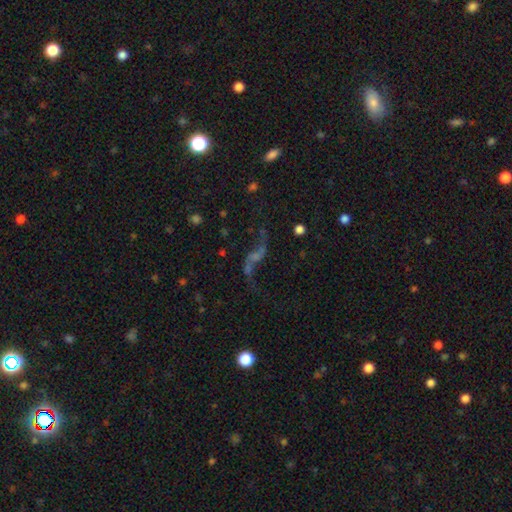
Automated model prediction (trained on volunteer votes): Smooth or featured?
  - featured or disk: 66% *
  - star or artifact: 19%
  - smooth: 14%
Edge-on disk?
  - no: 91% *
  - yes: 9%
Bar?
  - no: 54% *
  - weak: 31%
  - strong: 15%
Spiral arms?
  - yes: 81% *
  - no: 19%
Bulge size?
  - none: 56% *
  - small: 28%
  - moderate: 11%
  - large: 3%
  - dominant: 2%
Merging?
  - none: 51% *
  - major disturbance: 22%
  - minor disturbance: 15%
  - merger: 11%